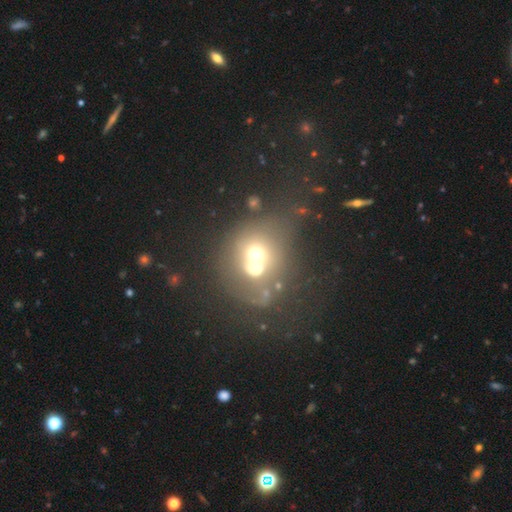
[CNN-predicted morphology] smooth 51%, featured or disk 32%, star or artifact 17%. Down the decision tree: how rounded — round (74%); merging — merger (57%).